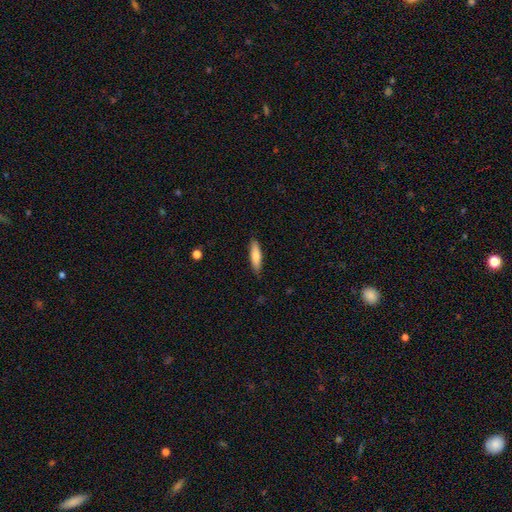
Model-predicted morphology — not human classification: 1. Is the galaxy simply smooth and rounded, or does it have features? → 73% smooth, 21% featured or disk, 6% star or artifact.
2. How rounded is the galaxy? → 68% cigar-shaped, 30% in between, 2% round.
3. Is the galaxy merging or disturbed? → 86% none, 11% minor disturbance, 2% major disturbance, 1% merger.